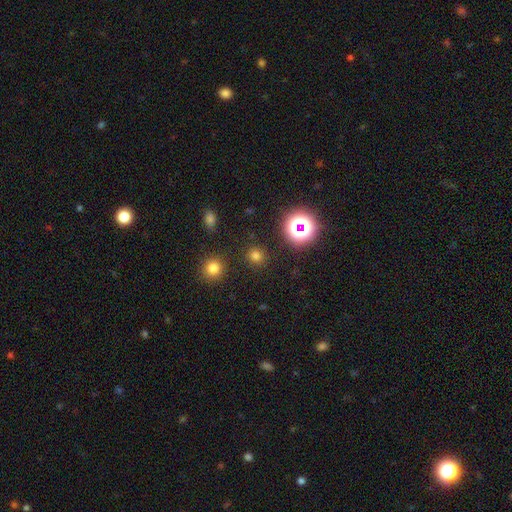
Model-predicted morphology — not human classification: Overall: smooth (72%). How rounded: round (90%). Merging: none (89%).